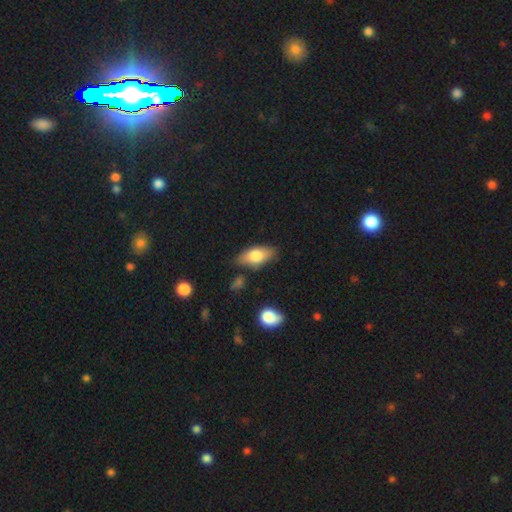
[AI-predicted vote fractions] Smooth or featured? Predicted: smooth (p=0.73). How rounded? Predicted: in between (p=0.85). Merging? Predicted: none (p=0.78).